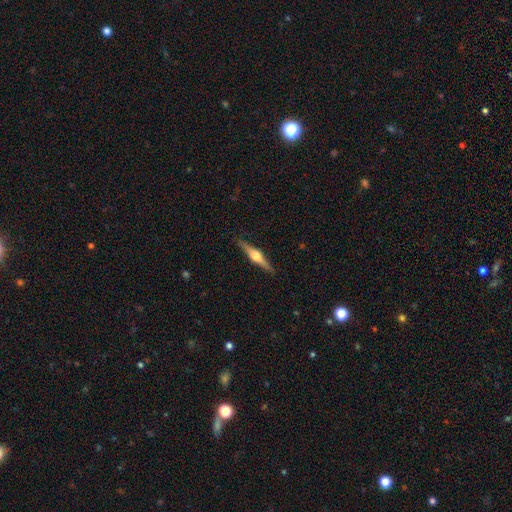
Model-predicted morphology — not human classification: This is likely a featured or disk galaxy (78%). It is clearly viewed edge-on (98%). Edge-on bulge: clearly rounded (94%). Merging: clearly none (91%).